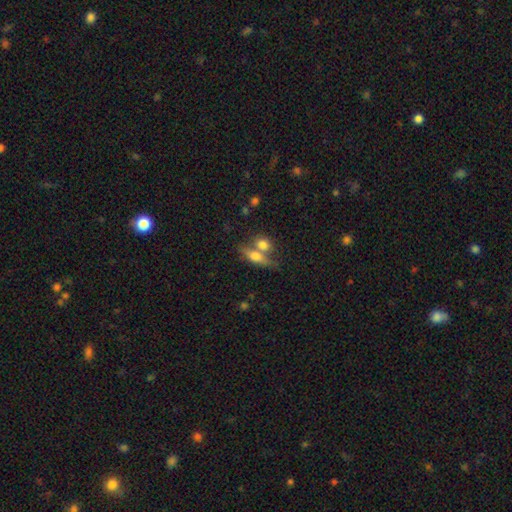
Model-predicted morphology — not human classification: The model was most divided on "merging": merger: 43%, none: 42%, minor disturbance: 10%, major disturbance: 5%. More confident: smooth or featured — smooth (55%); how rounded — in between (50%).